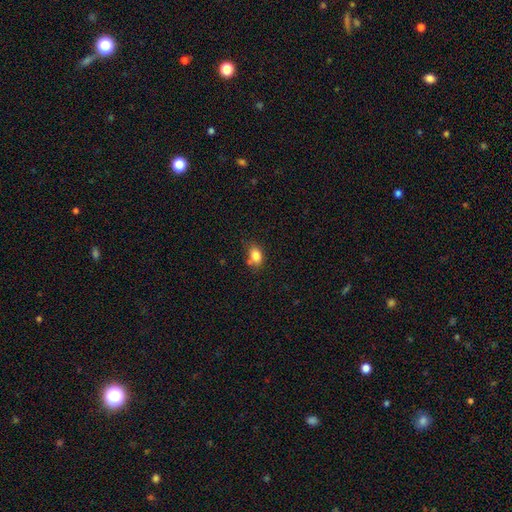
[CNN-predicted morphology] smooth_or_featured: smooth (p=0.82) [alt: star or artifact p=0.10]
how_rounded: in between (p=0.71) [alt: round p=0.27]
merging: none (p=0.60) [alt: minor disturbance p=0.21]